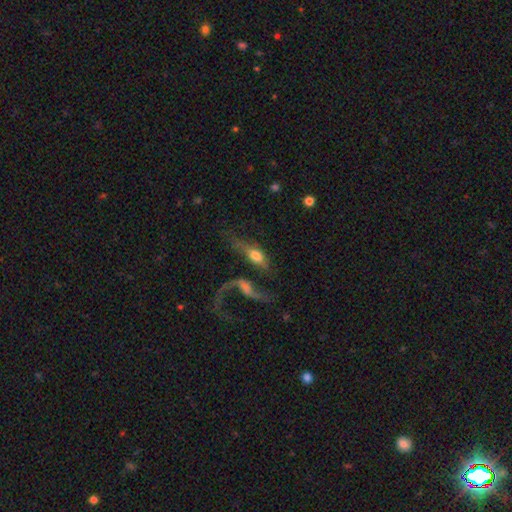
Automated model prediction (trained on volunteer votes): The model was most divided on "merging": merger: 34%, none: 29%, major disturbance: 23%, minor disturbance: 14%. Remaining: smooth or featured — featured or disk (50%).